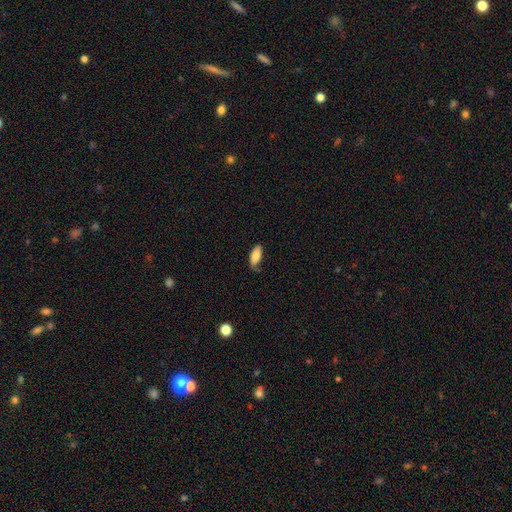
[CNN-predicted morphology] The model was most divided on "merging": none: 64%, minor disturbance: 28%, major disturbance: 6%, merger: 2%. More confident: how rounded — in between (83%); smooth or featured — smooth (78%).